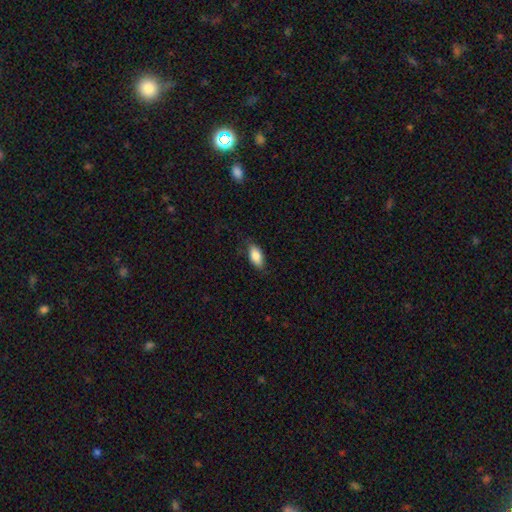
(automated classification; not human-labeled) The model was most divided on "merging": none: 78%, minor disturbance: 17%, major disturbance: 4%, merger: 1%. More confident: how rounded — in between (89%); smooth or featured — smooth (85%).